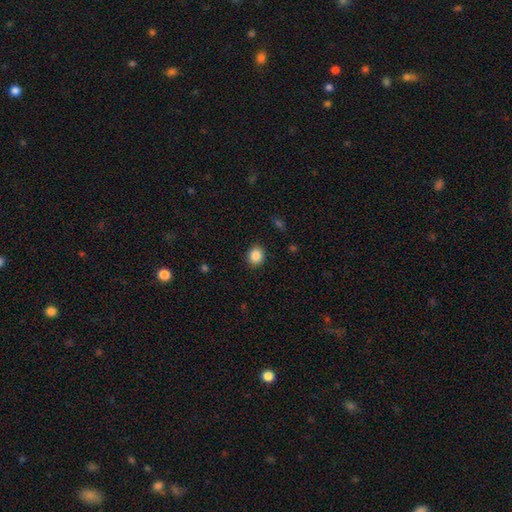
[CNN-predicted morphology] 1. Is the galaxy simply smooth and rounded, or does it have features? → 87% smooth, 9% star or artifact, 4% featured or disk.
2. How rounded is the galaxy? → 77% round, 22% in between, 1% cigar-shaped.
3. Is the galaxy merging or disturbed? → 90% none, 7% minor disturbance, 2% major disturbance, 1% merger.